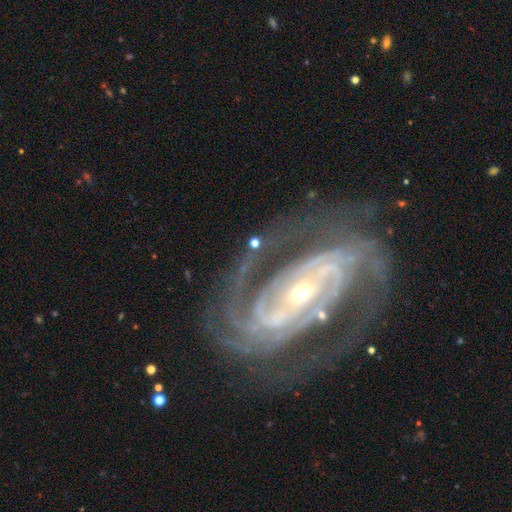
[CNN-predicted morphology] The model was most divided on "bar": strong: 51%, weak: 28%, no: 21%. Remaining: spiral arms — yes (98%); edge-on disk — no (96%); smooth or featured — featured or disk (92%); merging — none (73%); bulge size — small (63%); spiral winding — tight (60%); spiral arm count — 2 (44%).